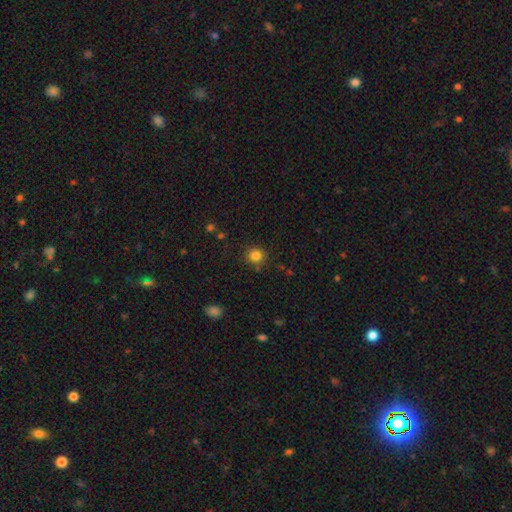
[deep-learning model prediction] This is clearly a smooth galaxy (83%). How rounded: clearly round (91%). Merging: clearly none (86%).